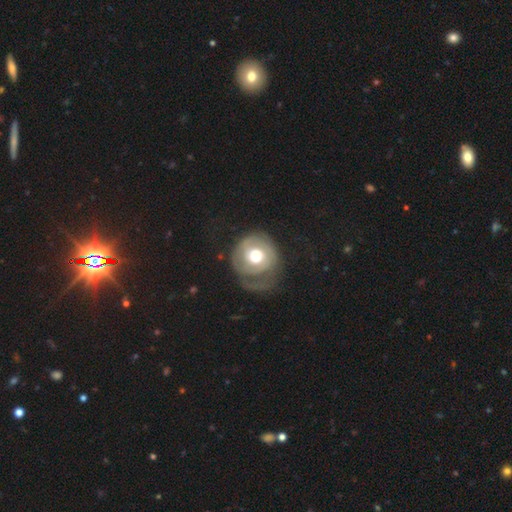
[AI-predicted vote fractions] featured or disk 54%, smooth 39%, star or artifact 7%. Down the decision tree: edge-on disk — no (97%); bar — no (80%); spiral arms — yes (56%); bulge size — moderate (55%); merging — none (38%).